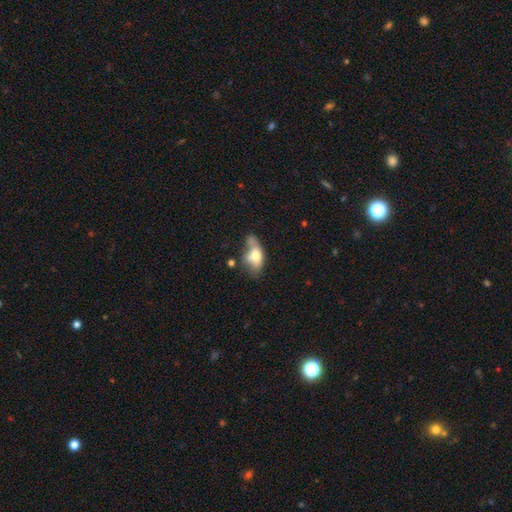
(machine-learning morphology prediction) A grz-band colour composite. It shows a smooth galaxy with no disk features (62%) that is in between round and cigar-shaped (84%). Merging: none (26%, tied with minor disturbance and merger).